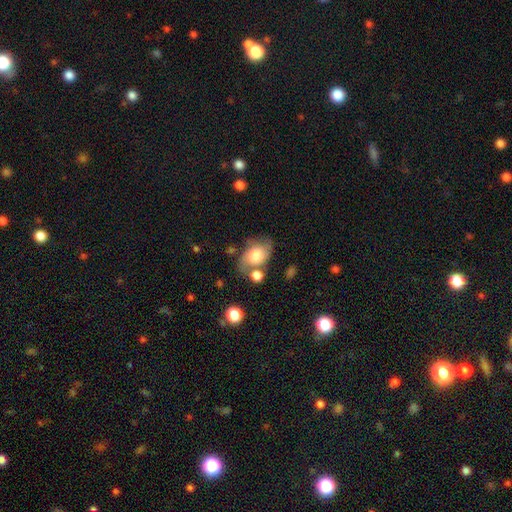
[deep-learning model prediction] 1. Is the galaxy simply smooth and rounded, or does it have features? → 53% smooth, 38% featured or disk, 9% star or artifact.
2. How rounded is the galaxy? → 77% in between, 21% round, 2% cigar-shaped.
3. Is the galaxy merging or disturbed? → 49% none, 24% minor disturbance, 16% merger, 11% major disturbance.